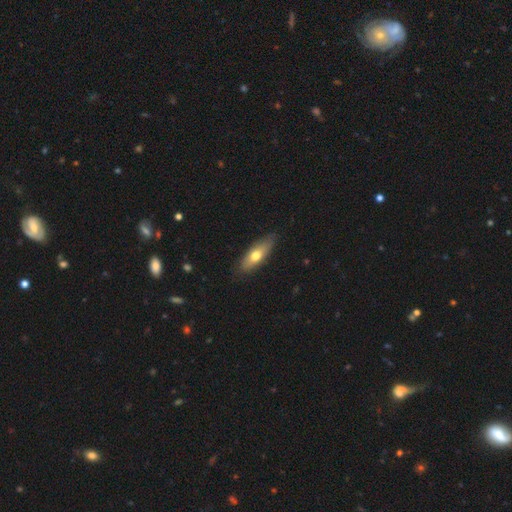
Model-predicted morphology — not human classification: This is likely a smooth galaxy (64%). How rounded: possibly in between (60%). Merging: clearly none (82%).